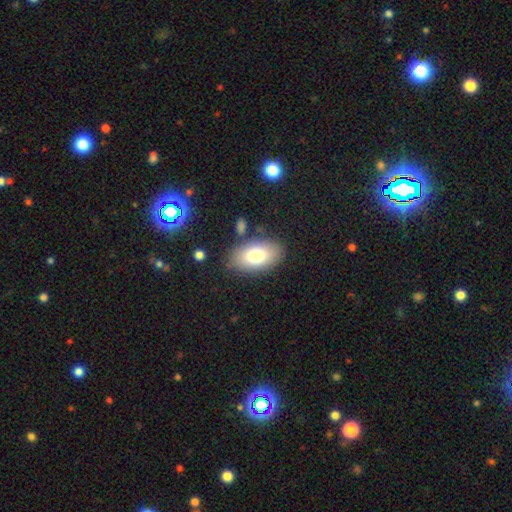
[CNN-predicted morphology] Smooth or featured?
  - smooth: 77% *
  - featured or disk: 15%
  - star or artifact: 8%
How rounded?
  - in between: 92% *
  - round: 6%
  - cigar-shaped: 1%
Merging?
  - none: 83% *
  - minor disturbance: 10%
  - merger: 4%
  - major disturbance: 3%